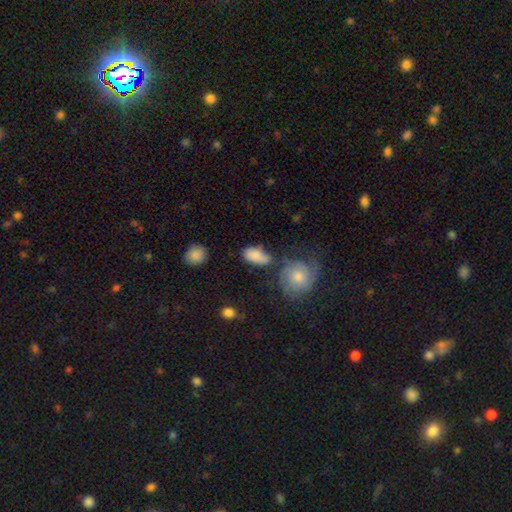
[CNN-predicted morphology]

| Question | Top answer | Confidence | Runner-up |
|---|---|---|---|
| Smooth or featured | smooth | 82% | featured or disk (11%) |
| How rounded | in between | 88% | round (7%) |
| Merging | none | 53% | minor disturbance (23%) |